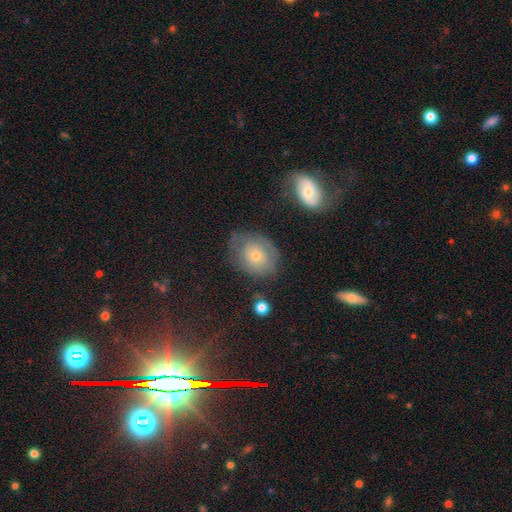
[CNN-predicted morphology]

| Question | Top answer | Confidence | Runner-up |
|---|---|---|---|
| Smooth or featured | smooth | 48% | featured or disk (42%) |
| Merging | none | 56% | minor disturbance (25%) |